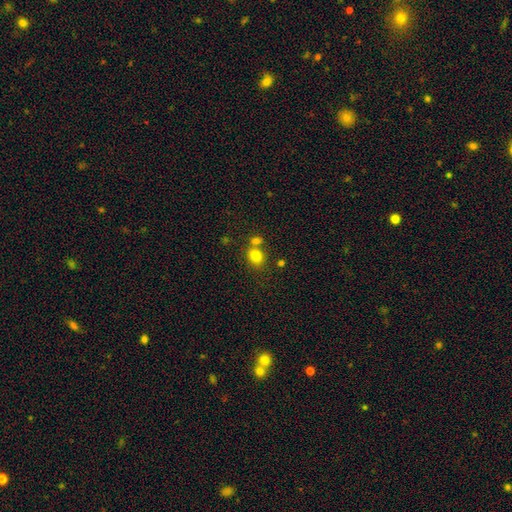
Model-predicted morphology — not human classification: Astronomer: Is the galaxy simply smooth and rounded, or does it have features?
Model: smooth — 80%.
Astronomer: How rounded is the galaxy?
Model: round — 63%.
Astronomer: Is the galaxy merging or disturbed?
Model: none — 61%.